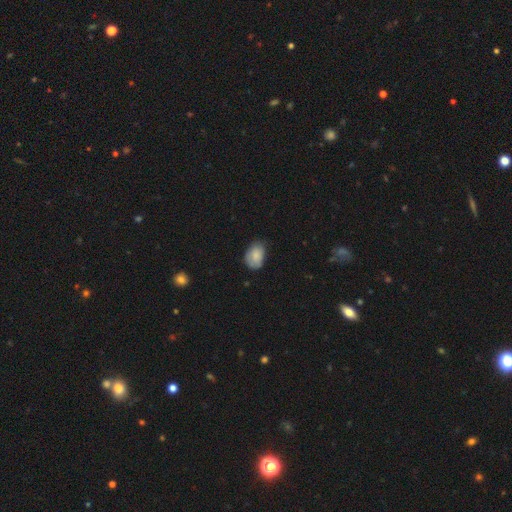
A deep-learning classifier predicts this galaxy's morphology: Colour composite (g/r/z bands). It shows a smooth galaxy with no disk features (83%) that is in between round and cigar-shaped (82%). Merging: none (58%).